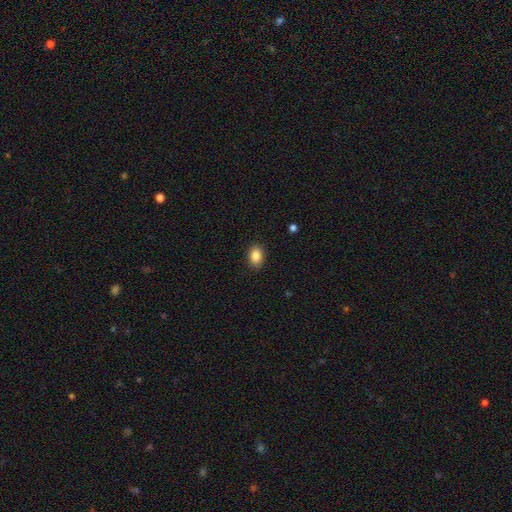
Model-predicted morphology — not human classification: This appears to be a smooth galaxy with no disk features (86%) that is in between round and cigar-shaped (73%). Merging: none (88%).